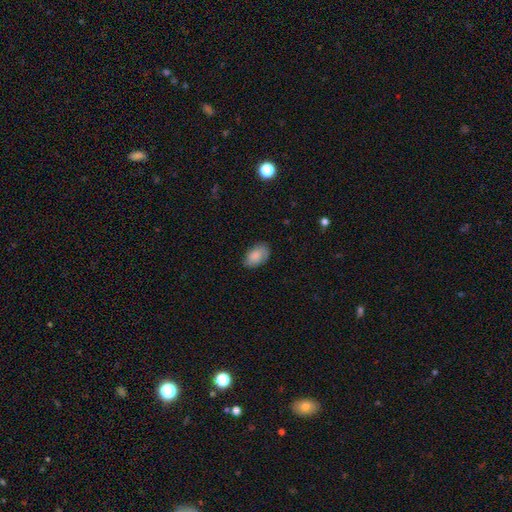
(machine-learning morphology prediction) Q: Smooth or featured?
A: smooth (86%); runner-up: featured or disk (7%)
Q: How rounded?
A: in between (91%); runner-up: round (8%)
Q: Merging?
A: none (78%); runner-up: minor disturbance (18%)